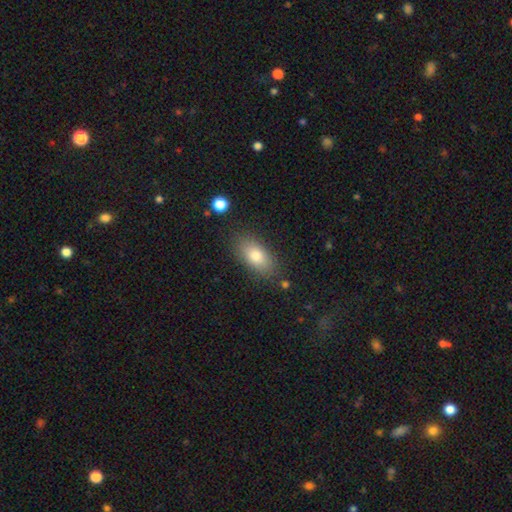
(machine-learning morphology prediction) A smooth galaxy with no disk features (79%) that is in between round and cigar-shaped (88%). Merging: none (82%).